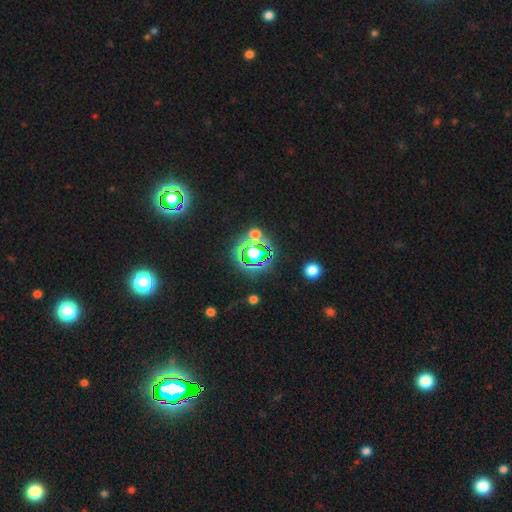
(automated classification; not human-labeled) The model was most divided on "smooth or featured": star or artifact: 64%, smooth: 24%, featured or disk: 12%.